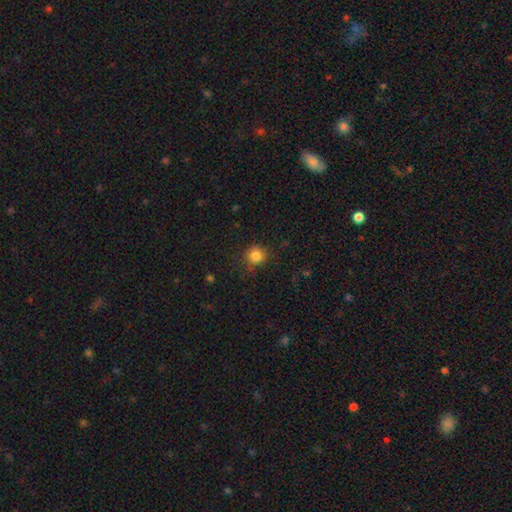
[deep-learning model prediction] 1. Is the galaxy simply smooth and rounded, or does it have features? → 84% smooth, 12% star or artifact, 5% featured or disk.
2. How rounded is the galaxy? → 87% round, 12% in between, 1% cigar-shaped.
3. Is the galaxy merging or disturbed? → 78% none, 15% minor disturbance, 5% major disturbance, 2% merger.